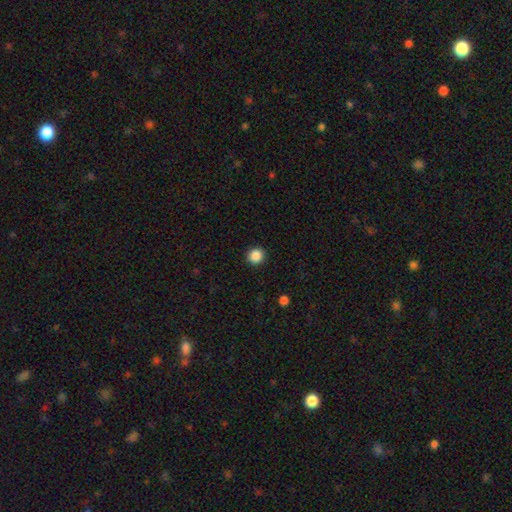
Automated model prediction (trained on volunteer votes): This appears to be a smooth galaxy with no disk features (87%) that is round (92%). Merging: none (93%).